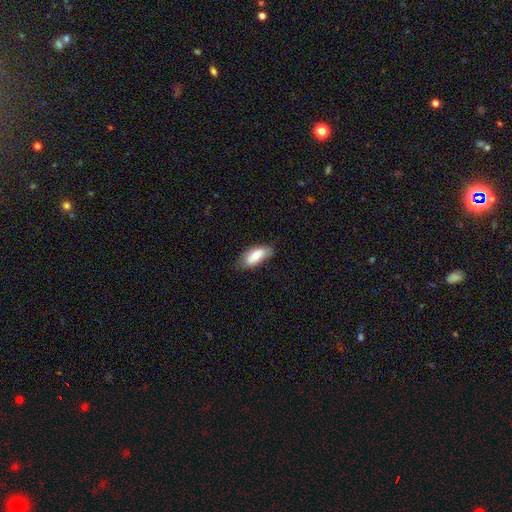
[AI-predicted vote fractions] The model was most divided on "merging": none: 65%, minor disturbance: 29%, major disturbance: 5%, merger: 2%. More confident: how rounded — in between (86%); smooth or featured — smooth (81%).